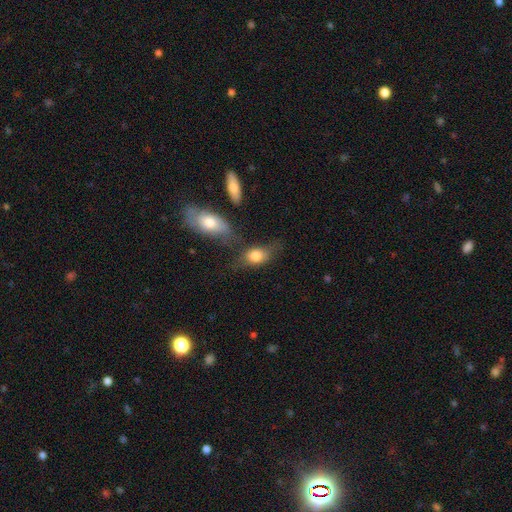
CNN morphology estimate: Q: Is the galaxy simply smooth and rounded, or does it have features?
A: smooth — 79%.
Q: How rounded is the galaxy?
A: in between — 76%.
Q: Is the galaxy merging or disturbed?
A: none — 48%.